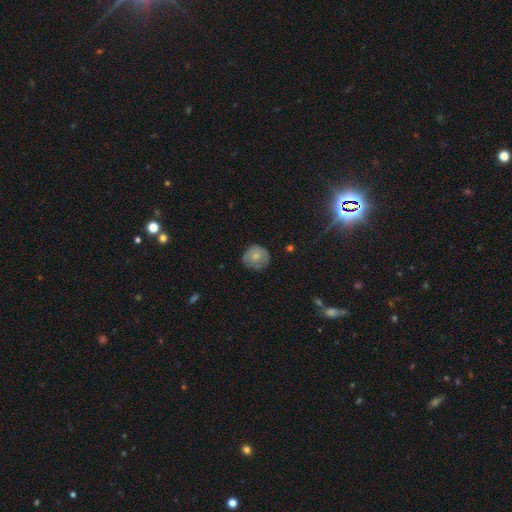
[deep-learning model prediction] Smooth or featured? Predicted: smooth (p=0.67). How rounded? Predicted: round (p=0.87). Merging? Predicted: none (p=0.73).